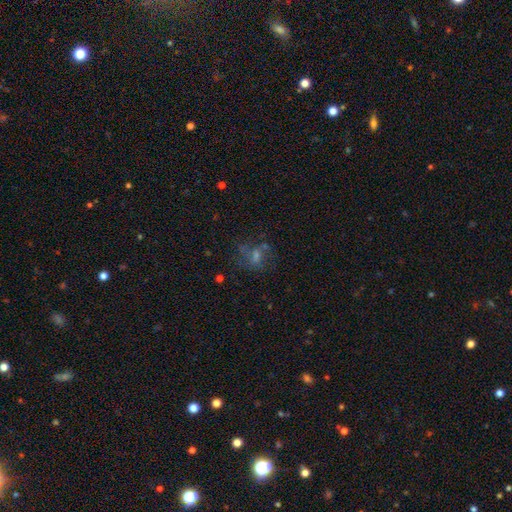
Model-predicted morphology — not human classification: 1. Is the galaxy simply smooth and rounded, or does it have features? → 39% featured or disk, 31% smooth, 30% star or artifact.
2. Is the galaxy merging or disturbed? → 57% none, 20% major disturbance, 17% minor disturbance, 6% merger.